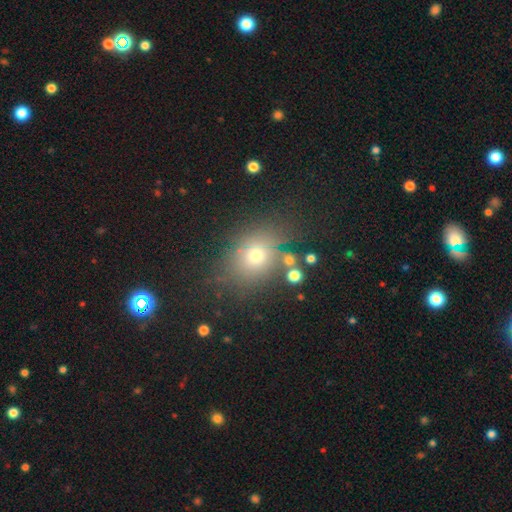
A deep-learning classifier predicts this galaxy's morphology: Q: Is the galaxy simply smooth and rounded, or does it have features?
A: smooth — 65%.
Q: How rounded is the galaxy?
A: in between — 51%.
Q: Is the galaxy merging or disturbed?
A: none — 74%.